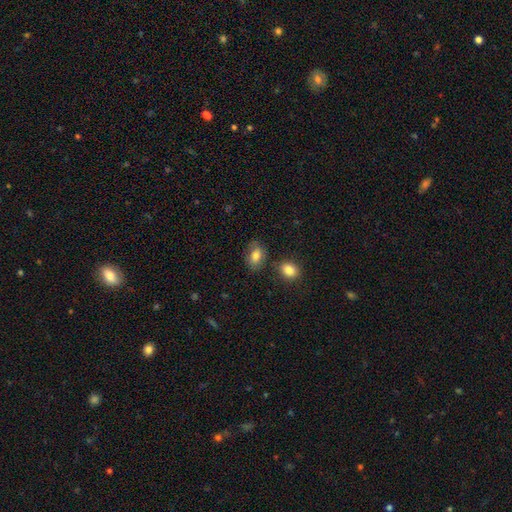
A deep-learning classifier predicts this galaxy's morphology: Smooth or featured?
  - smooth: 79% *
  - featured or disk: 13%
  - star or artifact: 8%
How rounded?
  - in between: 83% *
  - round: 16%
  - cigar-shaped: 2%
Merging?
  - none: 69% *
  - minor disturbance: 18%
  - merger: 7%
  - major disturbance: 6%